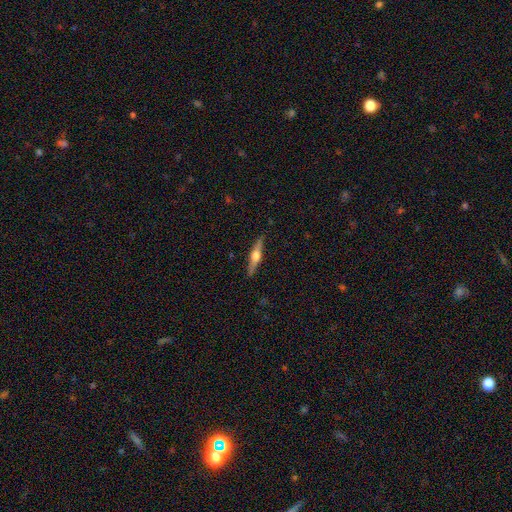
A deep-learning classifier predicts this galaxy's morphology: This is likely a featured or disk galaxy (72%). It is clearly viewed edge-on (97%). Edge-on bulge: clearly rounded (92%). Merging: clearly none (88%).